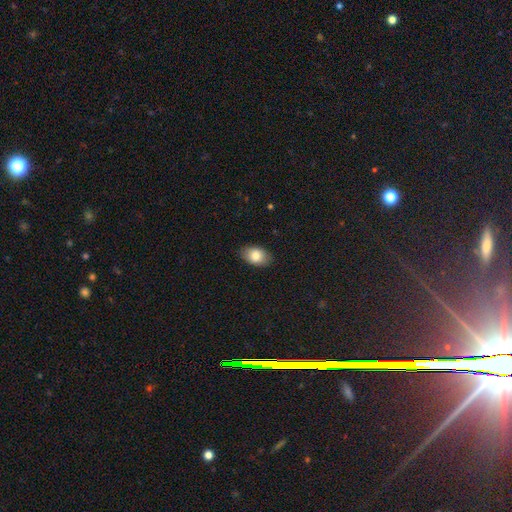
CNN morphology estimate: Q: Smooth or featured?
A: smooth (82%); runner-up: featured or disk (10%)
Q: How rounded?
A: in between (88%); runner-up: round (11%)
Q: Merging?
A: none (87%); runner-up: minor disturbance (10%)